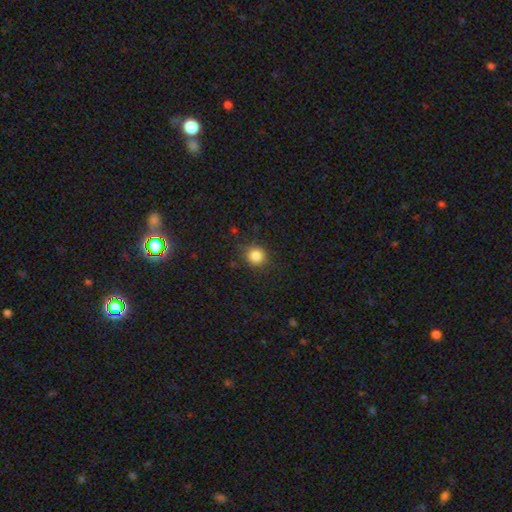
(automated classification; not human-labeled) Smooth or featured?
  - smooth: 85% *
  - star or artifact: 11%
  - featured or disk: 4%
How rounded?
  - round: 89% *
  - in between: 10%
  - cigar-shaped: 1%
Merging?
  - none: 86% *
  - minor disturbance: 10%
  - major disturbance: 3%
  - merger: 1%